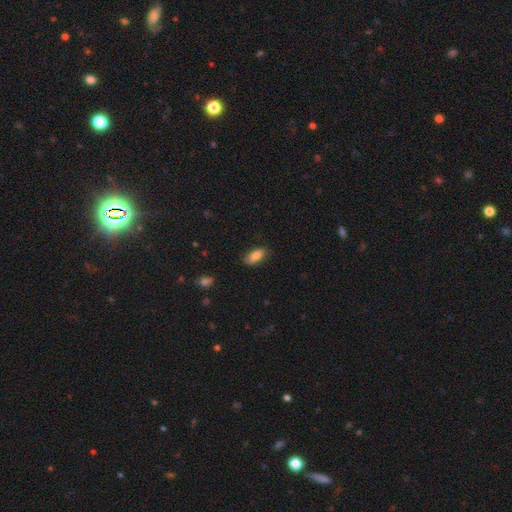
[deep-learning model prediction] Smooth or featured? Predicted: smooth (p=0.83). How rounded? Predicted: in between (p=0.87). Merging? Predicted: none (p=0.80).